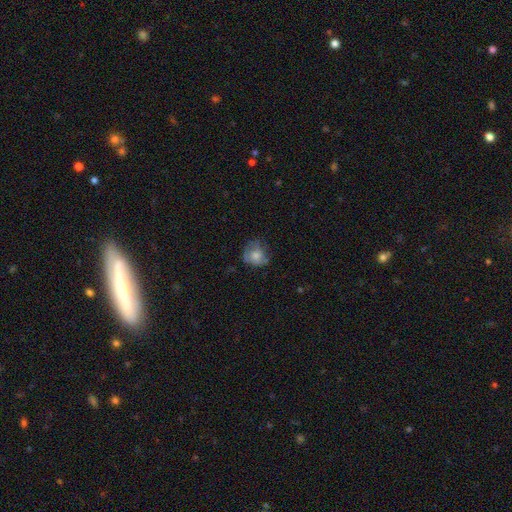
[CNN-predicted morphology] Overall: smooth (65%; featured or disk 26%). How rounded: round (70%). Merging: none (55%; minor disturbance 28%).